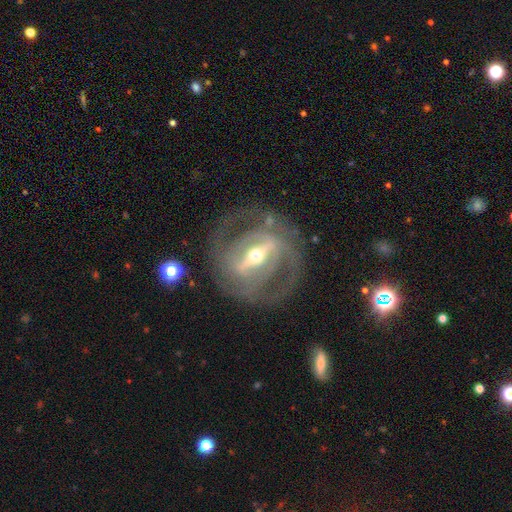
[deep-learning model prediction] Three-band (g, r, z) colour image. It shows a featured or disk galaxy (87%) with a strong bar (76%), 2 (58%) tight (53%) spiral arms (72%) and a moderate central bulge (53%). Merging: none (76%).